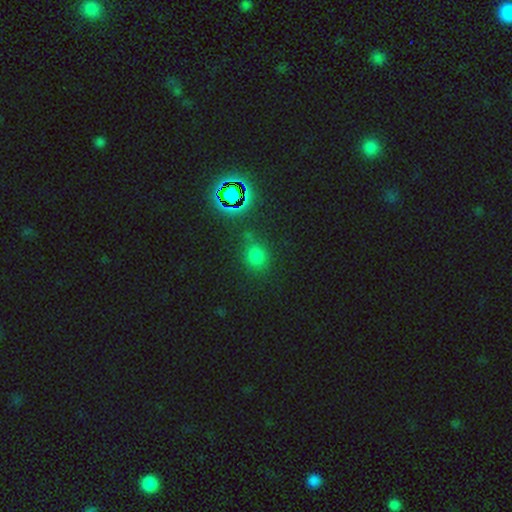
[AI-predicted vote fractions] Smooth or featured? smooth (63%)
How rounded? round (71%)
Merging? none (78%)